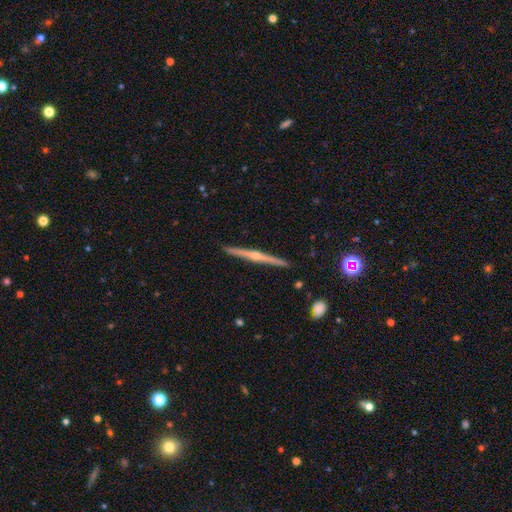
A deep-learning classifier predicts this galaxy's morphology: Smooth or featured? Predicted: featured or disk (p=0.81). Edge-on disk? Predicted: yes (p=0.99). Edge-on bulge? Predicted: rounded (p=0.83). Merging? Predicted: none (p=0.92).